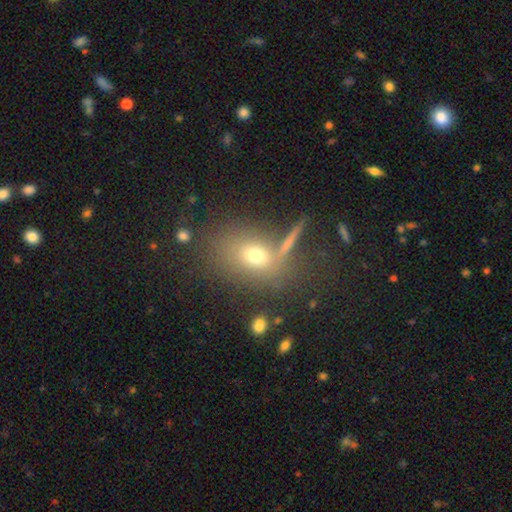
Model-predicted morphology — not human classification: Smooth or featured?
  - smooth: 65% *
  - featured or disk: 18%
  - star or artifact: 16%
How rounded?
  - in between: 61% *
  - round: 36%
  - cigar-shaped: 3%
Merging?
  - none: 67% *
  - minor disturbance: 14%
  - merger: 11%
  - major disturbance: 8%